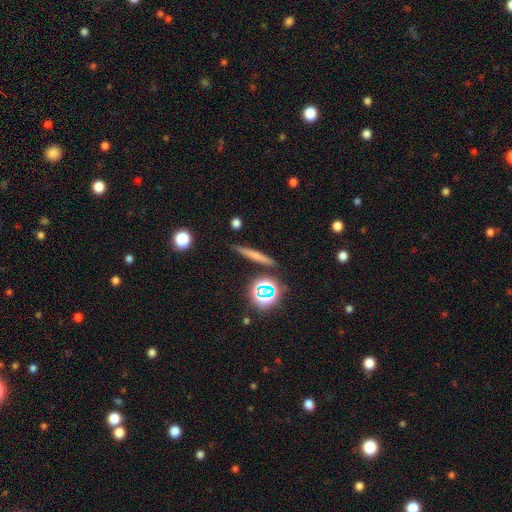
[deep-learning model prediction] Morphology: type=smooth (58%); roundness=cigar-shaped (88%); merging=none (84%).